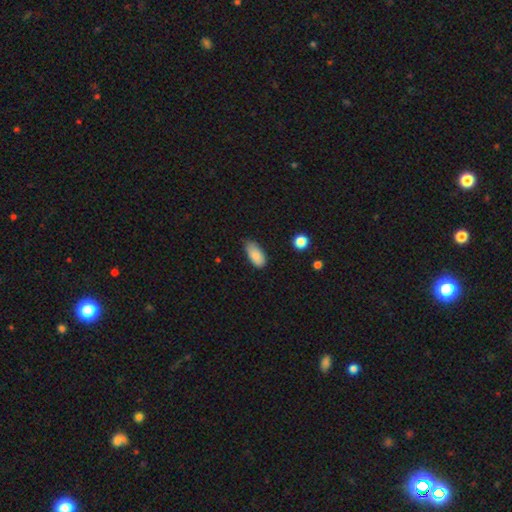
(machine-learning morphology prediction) Smooth or featured? Predicted: smooth (p=0.86). How rounded? Predicted: in between (p=0.90). Merging? Predicted: none (p=0.66).